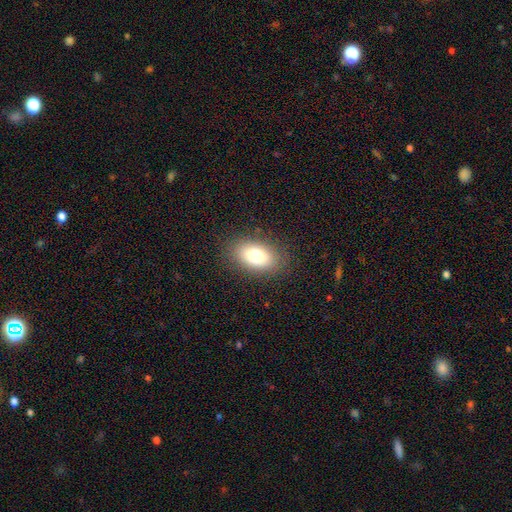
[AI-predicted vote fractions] smooth_or_featured: smooth (p=0.79) [alt: featured or disk p=0.12]
how_rounded: in between (p=0.90) [alt: round p=0.08]
merging: none (p=0.85) [alt: minor disturbance p=0.10]